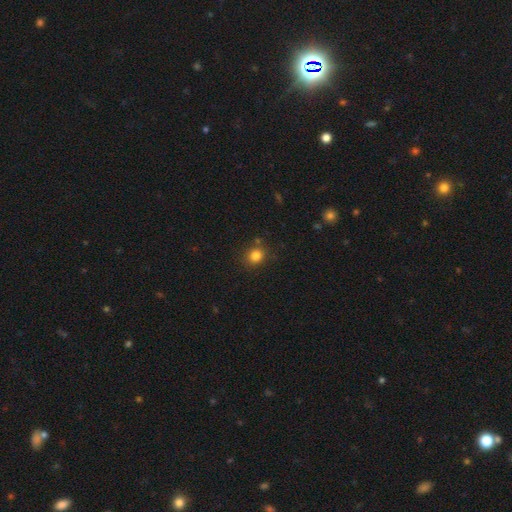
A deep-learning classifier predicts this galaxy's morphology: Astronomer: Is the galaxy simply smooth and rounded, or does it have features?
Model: smooth — 82%.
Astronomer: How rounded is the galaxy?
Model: round — 74%.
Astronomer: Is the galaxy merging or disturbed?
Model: none — 81%.